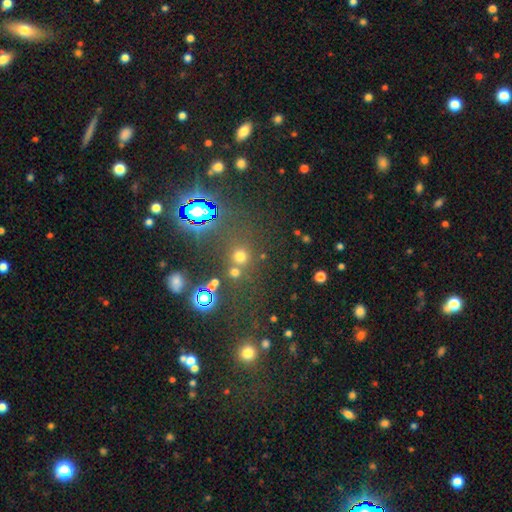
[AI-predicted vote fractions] Smooth or featured? star or artifact (66%)